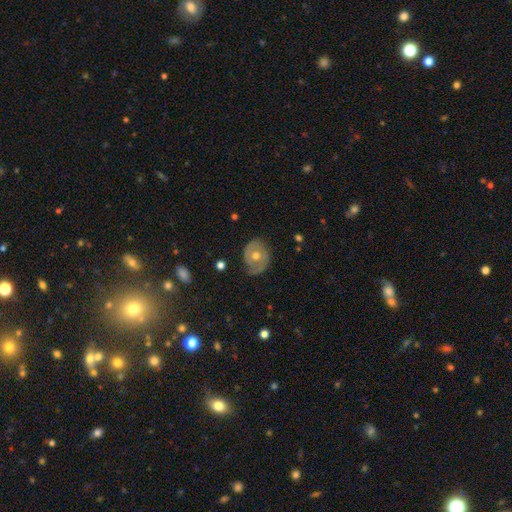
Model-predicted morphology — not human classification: Overall: featured or disk (66%). Edge-on disk: no (96%). Bar: no (80%). Spiral arms: yes (70%; no 30%). Bulge size: moderate (73%). Merging: none (77%).